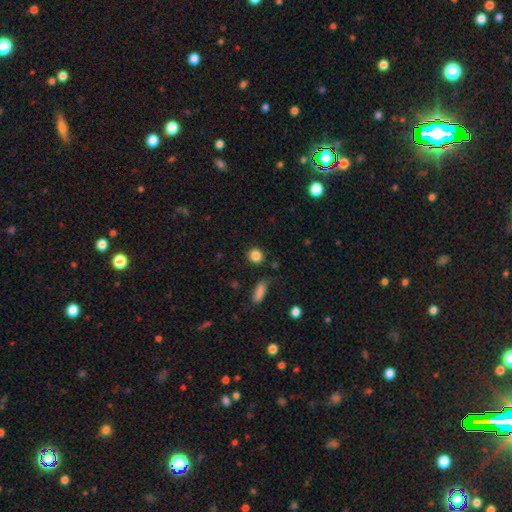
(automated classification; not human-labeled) The model was most divided on "smooth or featured": smooth: 85%, star or artifact: 10%, featured or disk: 4%. More confident: how rounded — round (89%); merging — none (86%).